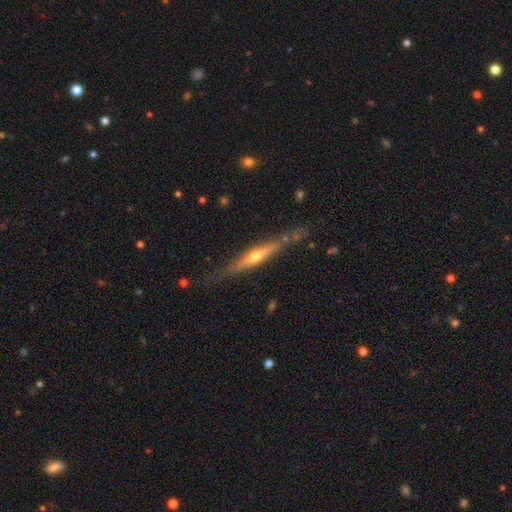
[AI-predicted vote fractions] Morphology: type=featured or disk (74%); edge-on=yes (96%); edge-on bulge=rounded (89%); merging=none (78%).